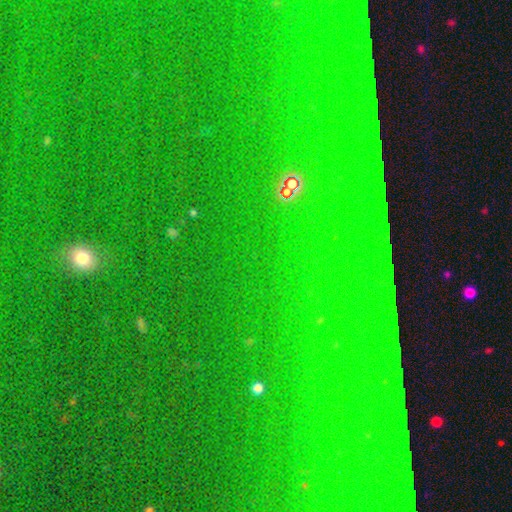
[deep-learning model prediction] Smooth or featured: star or artifact — 74% (smooth — 16%)